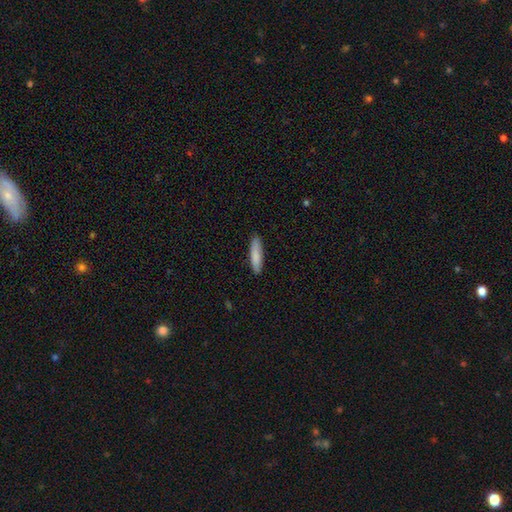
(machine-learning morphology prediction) Smooth or featured? Predicted: smooth (p=0.84). How rounded? Predicted: cigar-shaped (p=0.79). Merging? Predicted: none (p=0.89).